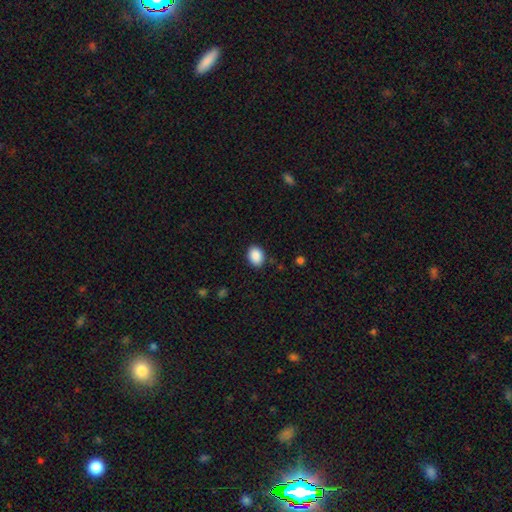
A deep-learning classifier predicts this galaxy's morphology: A smooth galaxy with no disk features (89%) that is in between round and cigar-shaped (66%).

Vote fractions:
- Smooth or featured? smooth: 89% / star or artifact: 8% / featured or disk: 3%
- How rounded? in between: 66% / round: 34% / cigar-shaped: 1%
- Merging? none: 87% / minor disturbance: 9% / major disturbance: 2% / merger: 1%